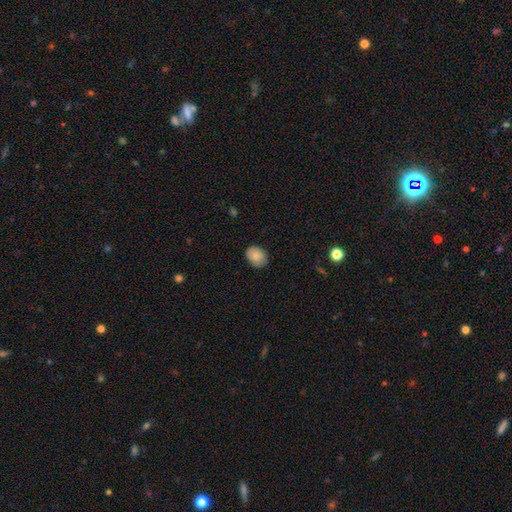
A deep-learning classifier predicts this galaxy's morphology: A smooth galaxy with no disk features (86%) that is in between round and cigar-shaped (60%).

Vote fractions:
- Smooth or featured? smooth: 86% / star or artifact: 8% / featured or disk: 7%
- How rounded? in between: 60% / round: 39% / cigar-shaped: 1%
- Merging? none: 82% / minor disturbance: 15% / major disturbance: 2% / merger: 1%